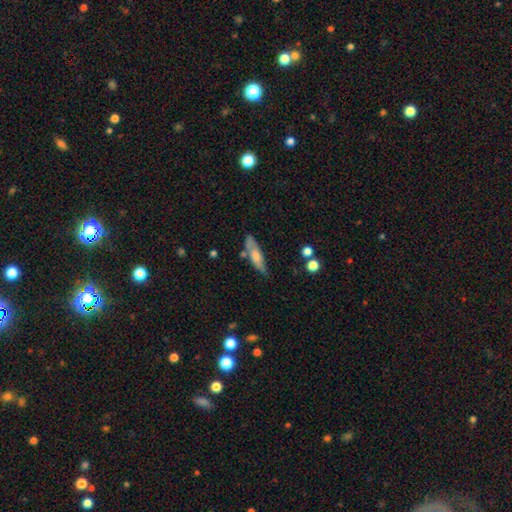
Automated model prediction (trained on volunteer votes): Morphology: type=smooth (61%); roundness=cigar-shaped (59%); merging=none (57%).